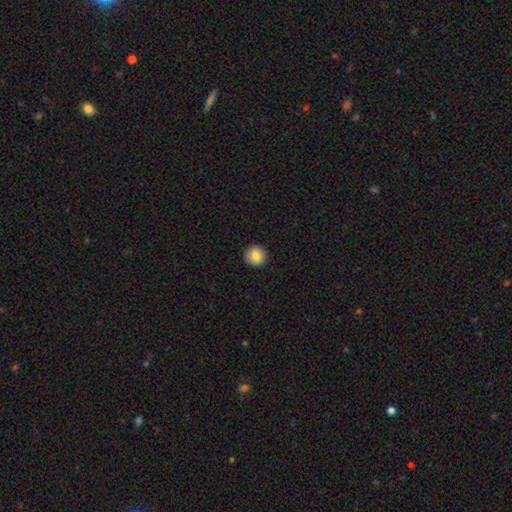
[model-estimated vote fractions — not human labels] smooth 84%, star or artifact 8%, featured or disk 7%. Down the decision tree: how rounded — round (94%); merging — none (92%).